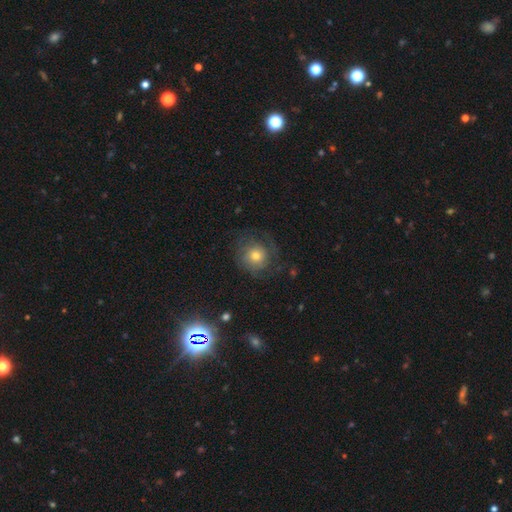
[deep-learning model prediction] The model was most divided on "smooth or featured": smooth: 45%, featured or disk: 44%, star or artifact: 11%. More confident: merging — none (66%).